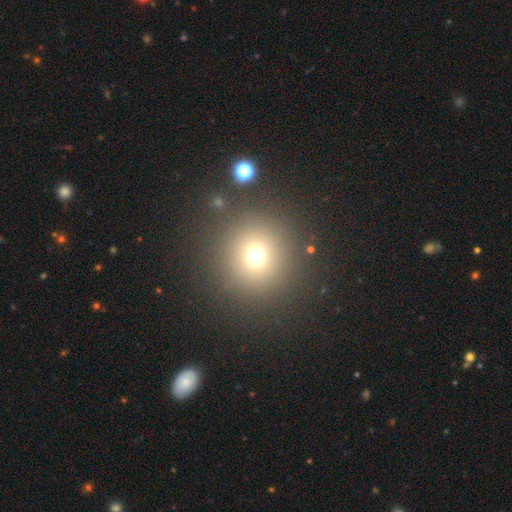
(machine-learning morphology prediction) The model was most divided on "smooth or featured": smooth: 70%, star or artifact: 20%, featured or disk: 10%. More confident: how rounded — round (94%); merging — none (88%).